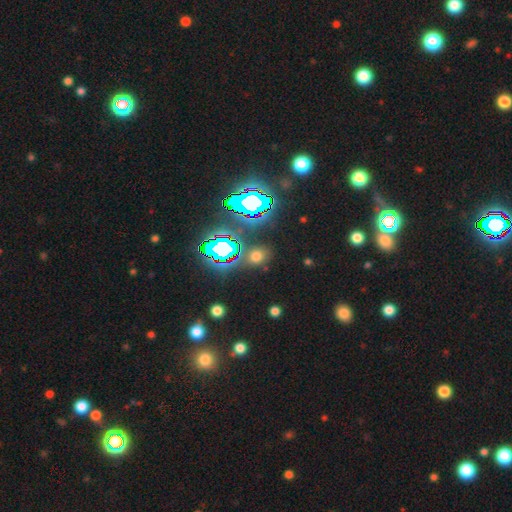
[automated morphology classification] The model was most divided on "smooth or featured": smooth: 50%, star or artifact: 42%, featured or disk: 8%. More confident: merging — none (82%).